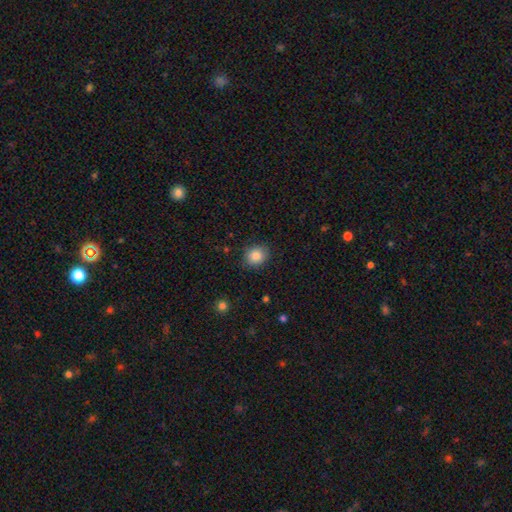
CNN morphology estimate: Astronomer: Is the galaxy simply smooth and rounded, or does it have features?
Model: smooth — 86%.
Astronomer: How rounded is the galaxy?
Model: round — 69%.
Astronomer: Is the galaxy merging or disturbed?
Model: none — 86%.